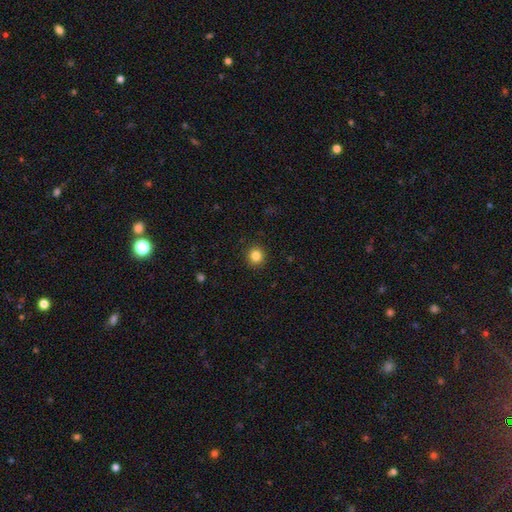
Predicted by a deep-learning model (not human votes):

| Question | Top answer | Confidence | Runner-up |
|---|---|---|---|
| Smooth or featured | smooth | 83% | star or artifact (12%) |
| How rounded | round | 92% | in between (7%) |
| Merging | none | 92% | minor disturbance (5%) |